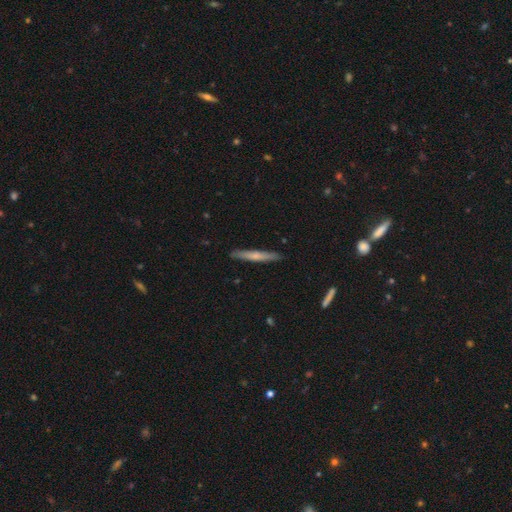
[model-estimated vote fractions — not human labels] Smooth or featured? smooth (53%)
How rounded? cigar-shaped (95%)
Merging? none (89%)